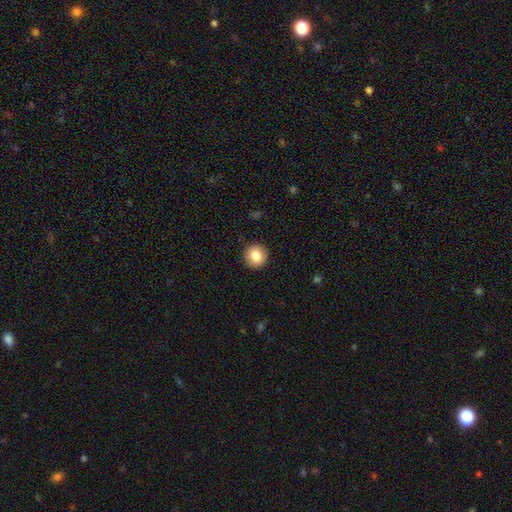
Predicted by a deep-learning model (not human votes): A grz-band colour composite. It shows a smooth galaxy with no disk features (84%) that is round (92%). Merging: none (92%).